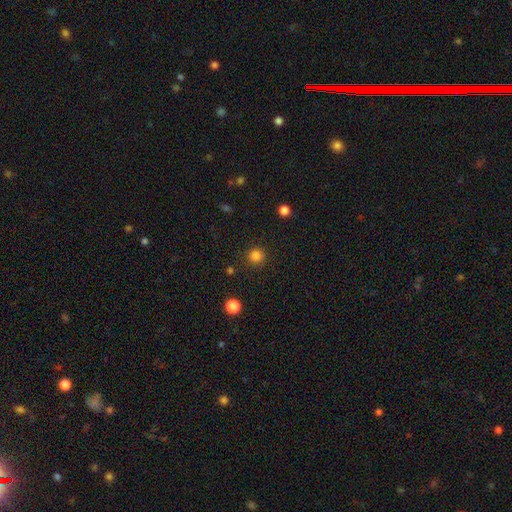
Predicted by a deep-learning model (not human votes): smooth-or-featured: smooth: 83% | star or artifact: 13% | featured or disk: 4%
  how-rounded: round: 94% | in between: 5% | cigar-shaped: 1%
  merging: none: 89% | minor disturbance: 7% | major disturbance: 3% | merger: 2%